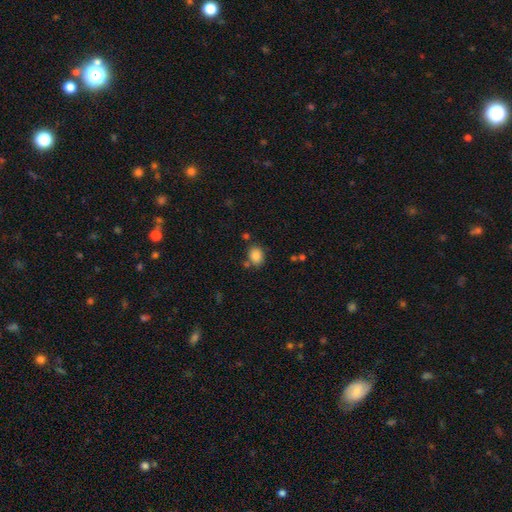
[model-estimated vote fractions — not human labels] Overall: smooth (85%). How rounded: in between (52%; round 47%). Merging: none (74%).